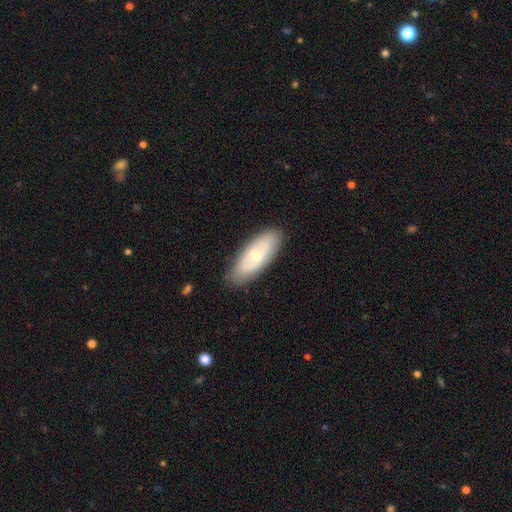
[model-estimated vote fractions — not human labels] smooth-or-featured: smooth: 55% | featured or disk: 39% | star or artifact: 6%
  how-rounded: in between: 74% | cigar-shaped: 23% | round: 2%
  merging: none: 82% | minor disturbance: 14% | major disturbance: 3% | merger: 1%